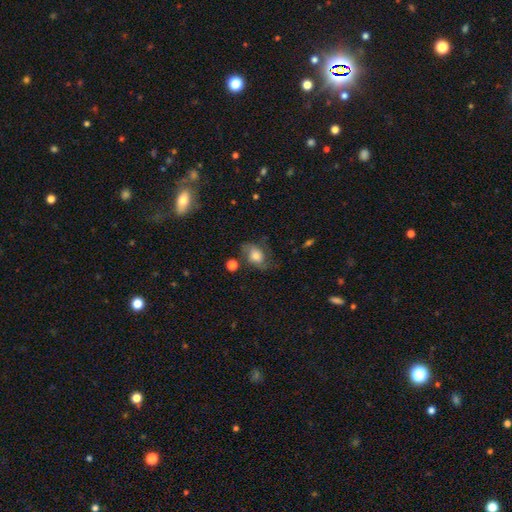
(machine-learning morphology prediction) The model was most divided on "smooth or featured": smooth: 53%, featured or disk: 37%, star or artifact: 10%. Remaining: how rounded — in between (72%); merging — none (50%).